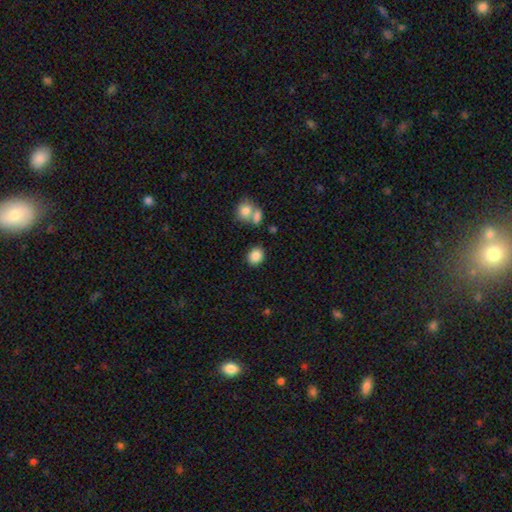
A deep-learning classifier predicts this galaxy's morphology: Smooth or featured? Predicted: smooth (p=0.86). How rounded? Predicted: round (p=0.57). Merging? Predicted: none (p=0.80).